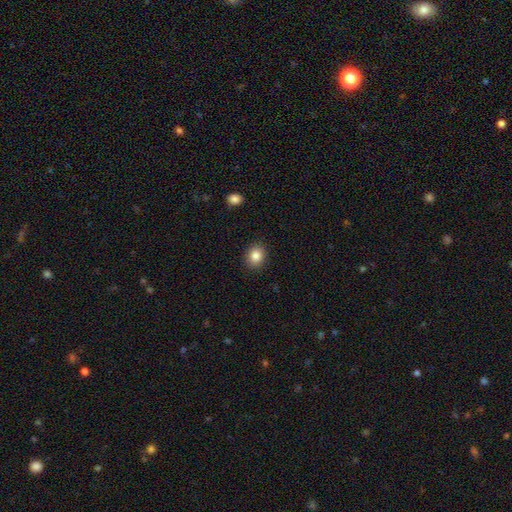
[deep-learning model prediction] Morphology: type=smooth (85%); roundness=round (60%); merging=none (90%).